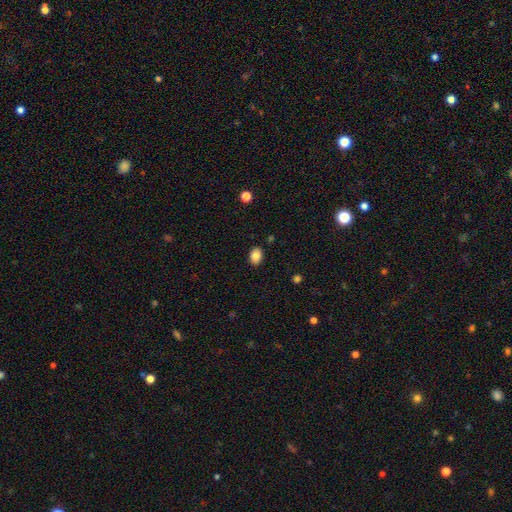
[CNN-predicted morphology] type=smooth (85%); roundness=in between (70%); merging=none (88%).